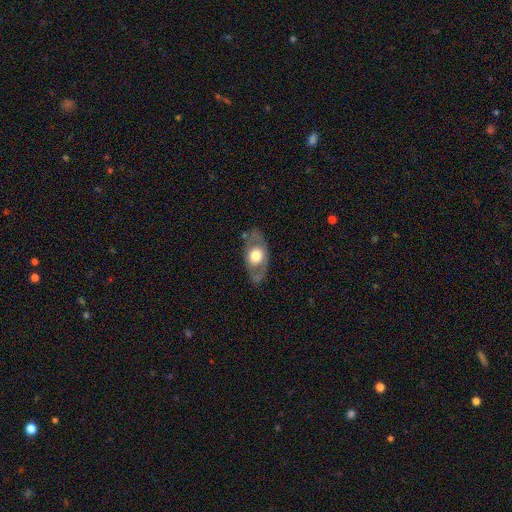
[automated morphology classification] A featured or disk galaxy (48%).

Vote fractions:
- Smooth or featured? featured or disk: 48% / smooth: 46% / star or artifact: 6%
- Merging? none: 75% / minor disturbance: 16% / major disturbance: 7% / merger: 2%